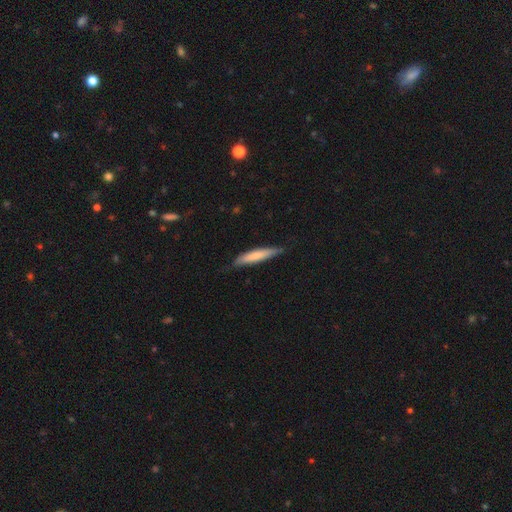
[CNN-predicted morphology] A smooth galaxy with no disk features (72%) that is cigar-shaped (88%). Merging: none (78%).